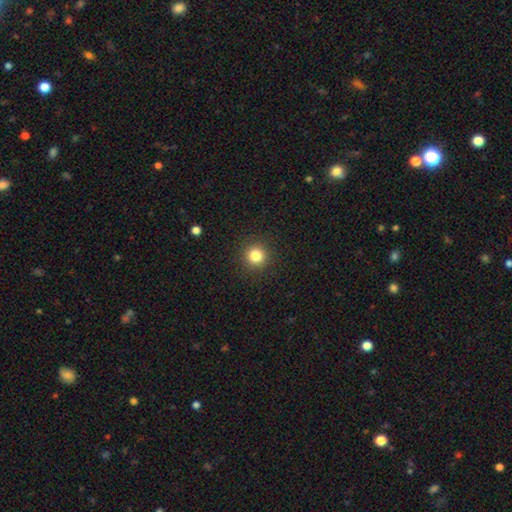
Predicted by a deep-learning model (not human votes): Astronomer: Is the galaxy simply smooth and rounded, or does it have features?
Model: smooth — 83%.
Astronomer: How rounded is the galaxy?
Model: round — 95%.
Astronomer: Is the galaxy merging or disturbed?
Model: none — 92%.